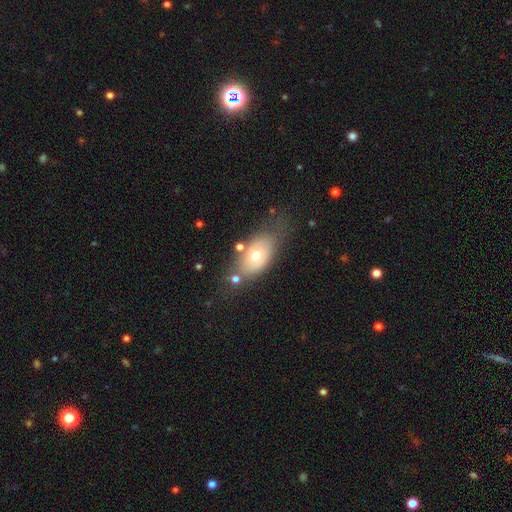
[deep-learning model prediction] Morphology: type=smooth (60%); roundness=in between (87%); merging=none (59%).